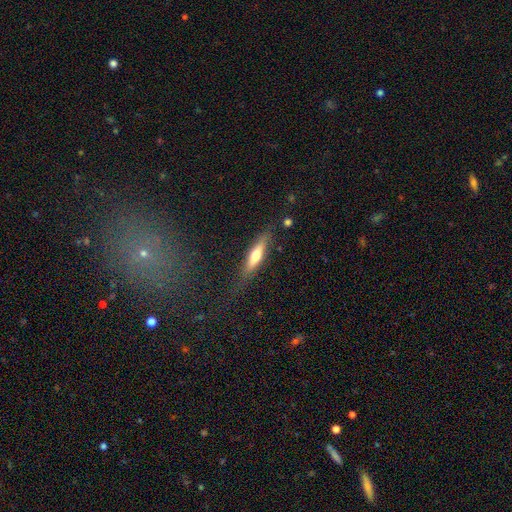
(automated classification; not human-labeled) smooth-or-featured: smooth: 54% | featured or disk: 40% | star or artifact: 6%
  how-rounded: cigar-shaped: 78% | in between: 21% | round: 2%
  merging: none: 78% | minor disturbance: 15% | major disturbance: 5% | merger: 2%